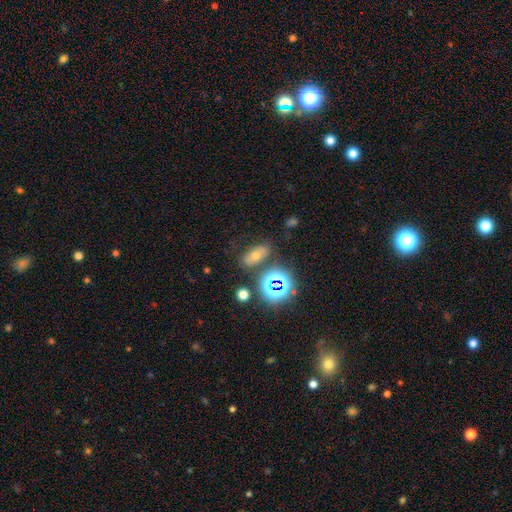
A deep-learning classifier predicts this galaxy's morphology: smooth 45%, star or artifact 33%, featured or disk 22%. Down the decision tree: merging — none (73%).